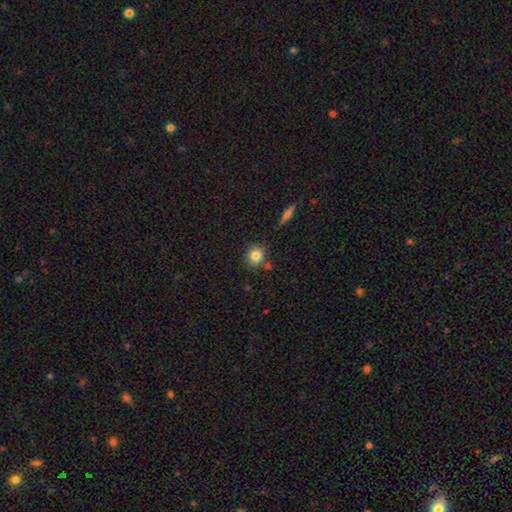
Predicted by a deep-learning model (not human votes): Smooth or featured? smooth (82%)
How rounded? round (86%)
Merging? none (77%)